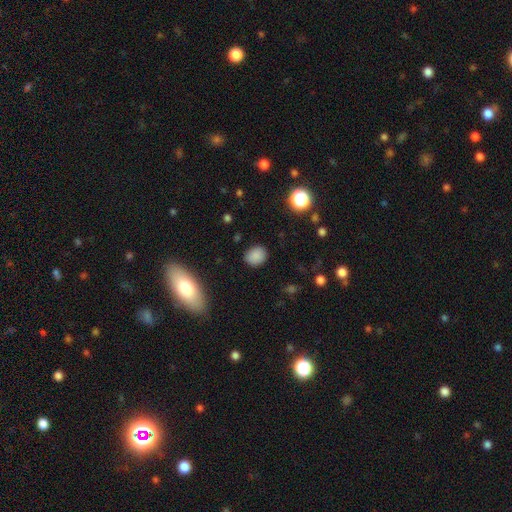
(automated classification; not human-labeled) A smooth galaxy with no disk features (84%) that is round (54%).

Vote fractions:
- Smooth or featured? smooth: 84% / star or artifact: 12% / featured or disk: 5%
- How rounded? round: 54% / in between: 45% / cigar-shaped: 1%
- Merging? none: 86% / minor disturbance: 10% / major disturbance: 3% / merger: 1%